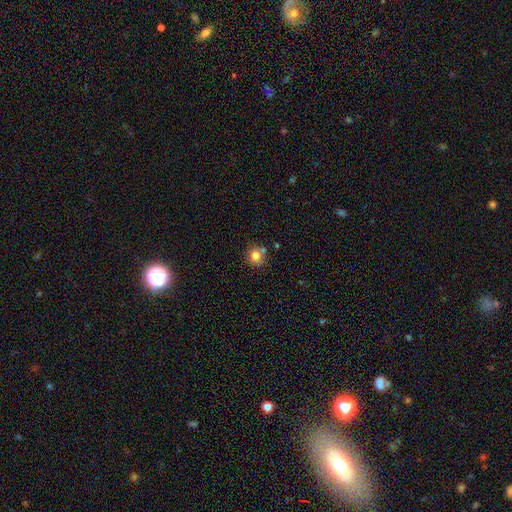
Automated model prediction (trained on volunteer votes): smooth 80%, star or artifact 11%, featured or disk 8%. Down the decision tree: how rounded — round (87%); merging — none (69%).